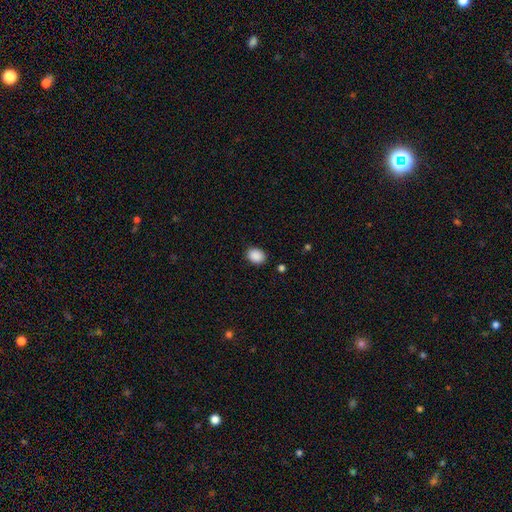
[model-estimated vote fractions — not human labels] smooth 90%, star or artifact 8%, featured or disk 2%. Down the decision tree: how rounded — in between (62%); merging — none (87%).